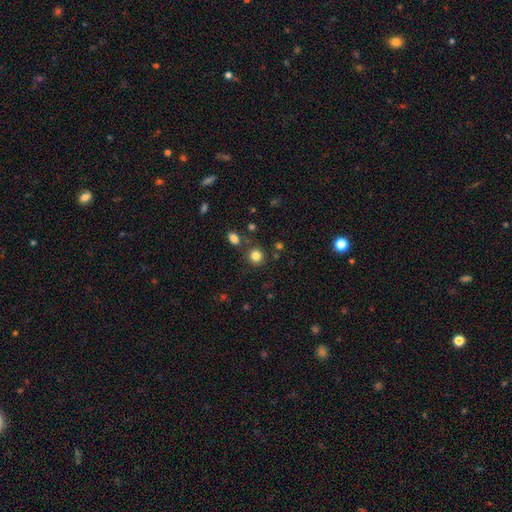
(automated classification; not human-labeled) Smooth or featured? smooth (83%)
How rounded? round (89%)
Merging? none (81%)